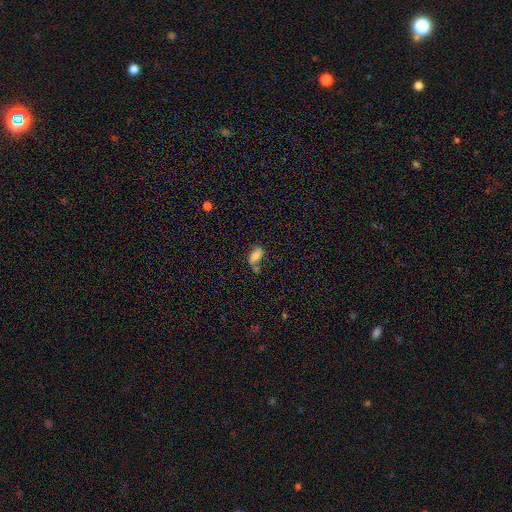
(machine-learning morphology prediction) Smooth or featured?
  - smooth: 59% *
  - featured or disk: 31%
  - star or artifact: 10%
How rounded?
  - in between: 89% *
  - round: 6%
  - cigar-shaped: 5%
Merging?
  - none: 38% *
  - minor disturbance: 27%
  - major disturbance: 24%
  - merger: 12%